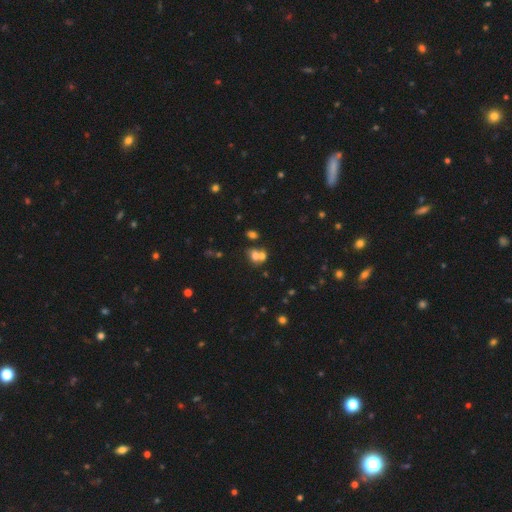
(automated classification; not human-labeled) Overall: smooth (65%). How rounded: round (52%; in between 47%). Merging: merger (56%; none 32%).